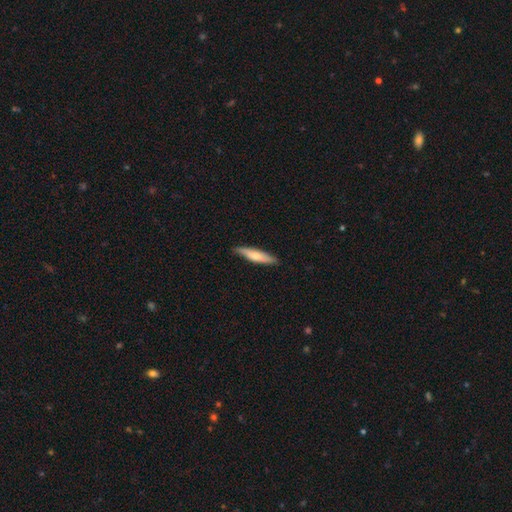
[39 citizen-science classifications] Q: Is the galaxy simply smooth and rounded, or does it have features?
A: smooth — 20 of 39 (51%).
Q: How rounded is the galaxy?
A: cigar-shaped — 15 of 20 (75%).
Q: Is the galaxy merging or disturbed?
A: none — 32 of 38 (84%).